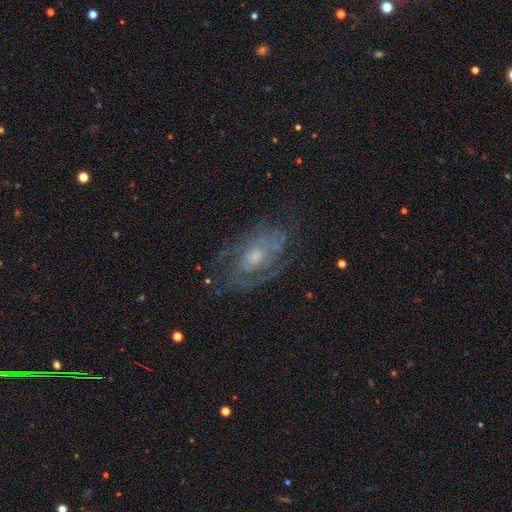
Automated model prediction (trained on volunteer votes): Smooth or featured? Predicted: featured or disk (p=0.77). Edge-on disk? Predicted: no (p=0.94). Bar? Predicted: no (p=0.71). Spiral arms? Predicted: yes (p=0.81). Spiral winding? Predicted: tight (p=0.53). Spiral arm count? Predicted: can't tell (p=0.46). Bulge size? Predicted: moderate (p=0.49). Merging? Predicted: none (p=0.66).